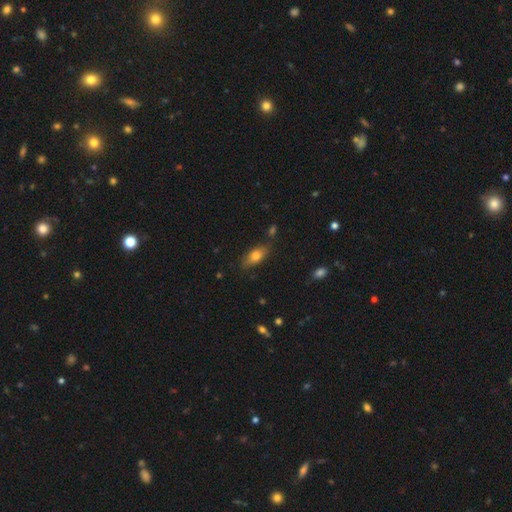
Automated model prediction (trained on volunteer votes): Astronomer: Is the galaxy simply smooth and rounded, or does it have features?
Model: smooth — 75%.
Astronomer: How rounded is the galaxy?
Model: in between — 84%.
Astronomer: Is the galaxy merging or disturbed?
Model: none — 75%.